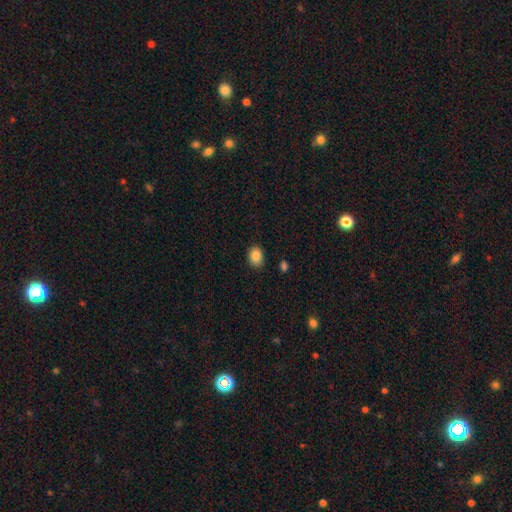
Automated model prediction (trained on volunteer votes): This appears to be a smooth galaxy with no disk features (86%) that is in between round and cigar-shaped (64%). Merging: none (85%).